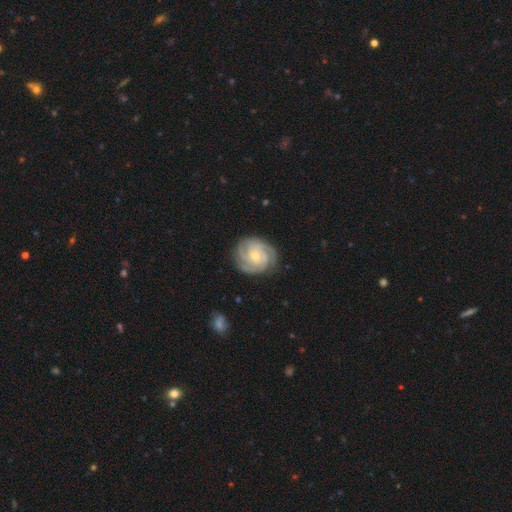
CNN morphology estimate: Smooth or featured? Predicted: featured or disk (p=0.89). Edge-on disk? Predicted: no (p=0.98). Bar? Predicted: no (p=0.71). Spiral arms? Predicted: yes (p=0.98). Spiral winding? Predicted: tight (p=0.75). Spiral arm count? Predicted: 3 (p=0.47). Bulge size? Predicted: small (p=0.64). Merging? Predicted: none (p=0.84).